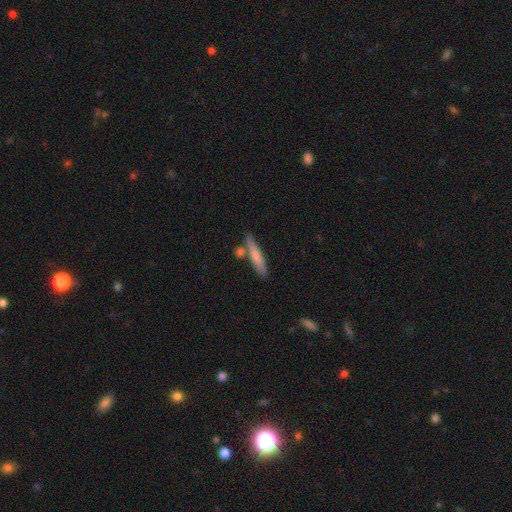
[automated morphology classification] Smooth or featured?
  - smooth: 72% *
  - featured or disk: 22%
  - star or artifact: 6%
How rounded?
  - cigar-shaped: 86% *
  - in between: 12%
  - round: 2%
Merging?
  - none: 70% *
  - merger: 14%
  - minor disturbance: 13%
  - major disturbance: 3%